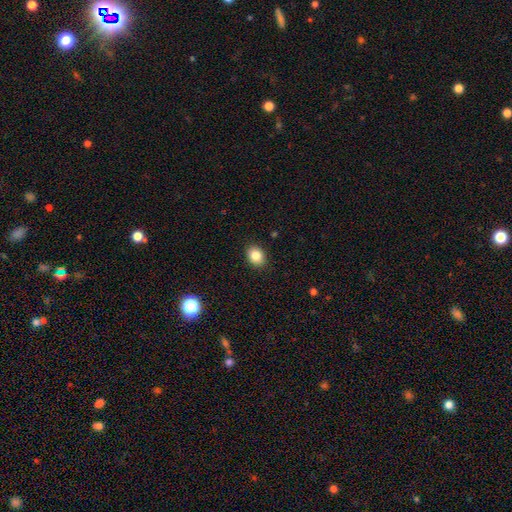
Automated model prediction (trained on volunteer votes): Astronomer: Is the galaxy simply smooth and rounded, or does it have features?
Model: smooth — 84%.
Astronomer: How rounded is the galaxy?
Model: in between — 53% (runner-up: round, 46%).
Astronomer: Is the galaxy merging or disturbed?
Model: none — 90%.